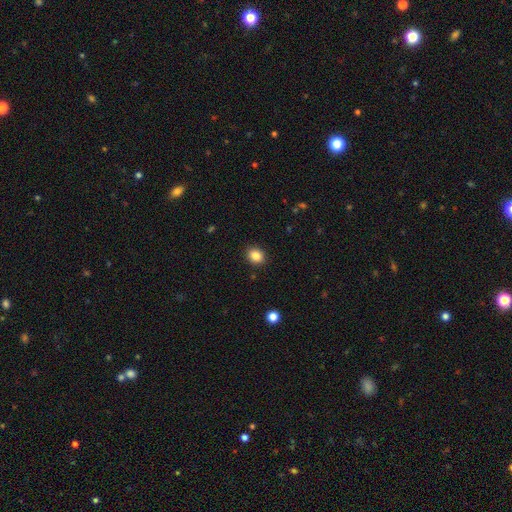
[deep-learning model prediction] Smooth or featured? Predicted: smooth (p=0.85). How rounded? Predicted: round (p=0.63). Merging? Predicted: none (p=0.90).